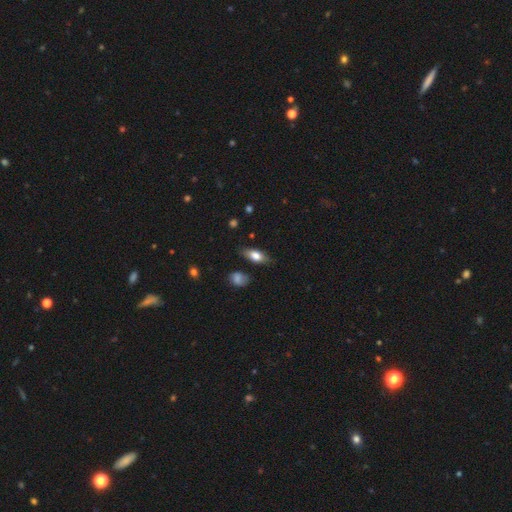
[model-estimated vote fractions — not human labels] Q: Smooth or featured?
A: smooth (73%); runner-up: featured or disk (20%)
Q: How rounded?
A: in between (80%); runner-up: cigar-shaped (16%)
Q: Merging?
A: none (78%); runner-up: minor disturbance (16%)